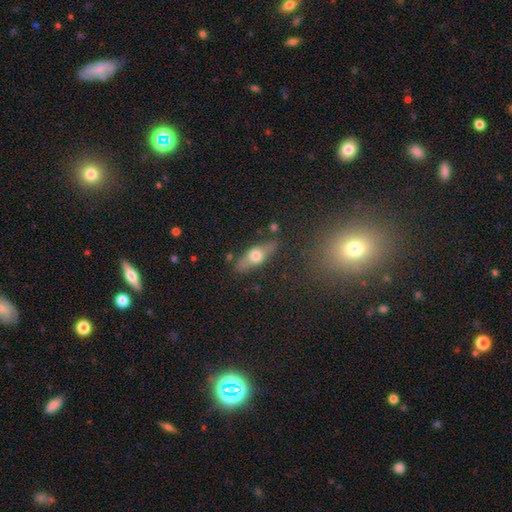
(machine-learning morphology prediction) A featured or disk galaxy (50%) viewed edge-on (82%).

Vote fractions:
- Smooth or featured? featured or disk: 50% / smooth: 42% / star or artifact: 8%
- Edge-on disk? yes: 82% / no: 18%
- Merging? none: 78% / minor disturbance: 14% / major disturbance: 4% / merger: 3%